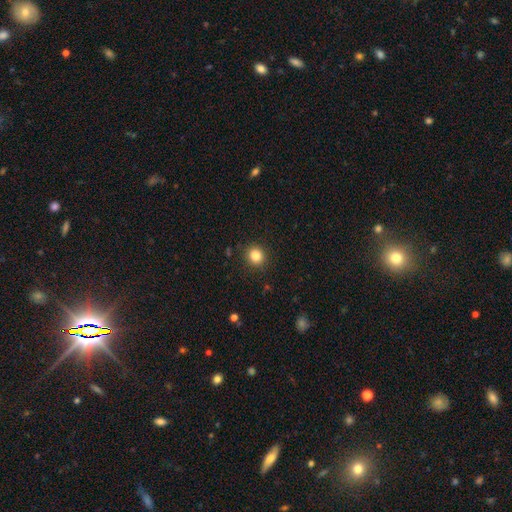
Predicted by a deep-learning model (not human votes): A smooth galaxy with no disk features (85%) that is round (86%). Merging: none (89%).